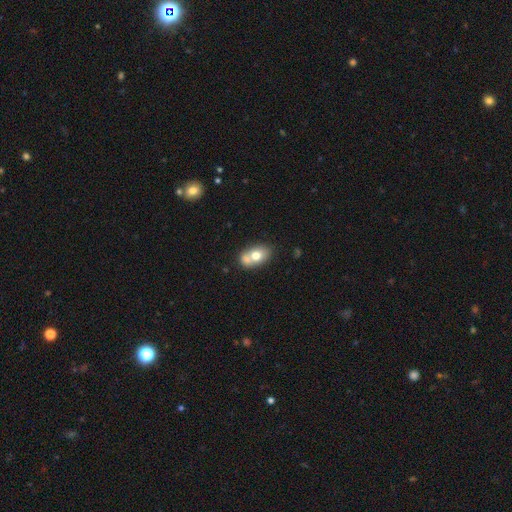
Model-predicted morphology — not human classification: smooth-or-featured: smooth: 69% | featured or disk: 22% | star or artifact: 8%
  how-rounded: in between: 79% | round: 20% | cigar-shaped: 2%
  merging: none: 41% | merger: 40% | minor disturbance: 14% | major disturbance: 5%